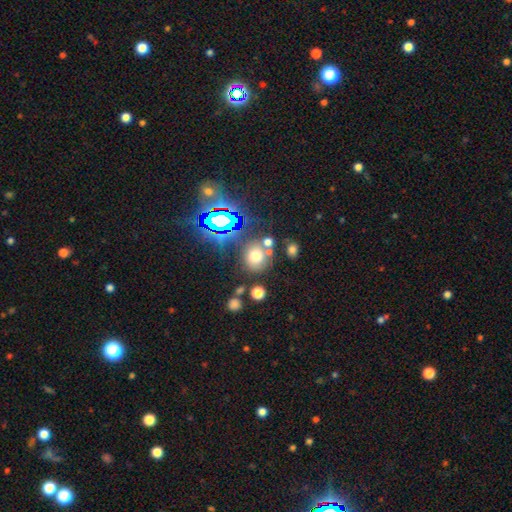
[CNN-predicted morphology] smooth_or_featured: smooth (p=0.66) [alt: star or artifact p=0.24]
how_rounded: round (p=0.79) [alt: in between p=0.20]
merging: none (p=0.66) [alt: merger p=0.16]